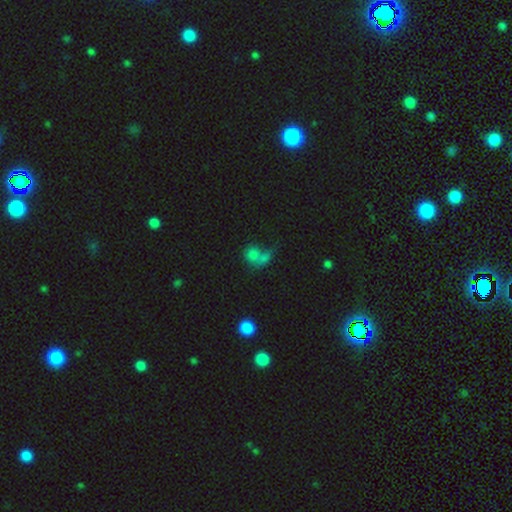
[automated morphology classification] The model was most divided on "merging": merger: 47%, none: 26%, major disturbance: 17%, minor disturbance: 10%. More confident: smooth or featured — smooth (70%); how rounded — round (63%).